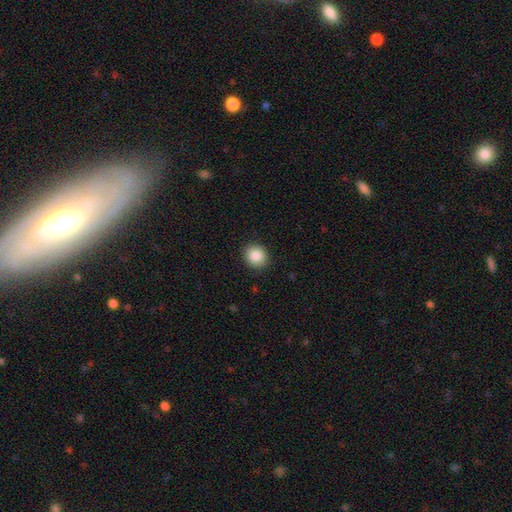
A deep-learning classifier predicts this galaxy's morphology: smooth-or-featured: smooth: 88% | star or artifact: 9% | featured or disk: 4%
  how-rounded: round: 81% | in between: 18% | cigar-shaped: 1%
  merging: none: 90% | minor disturbance: 7% | major disturbance: 2% | merger: 1%